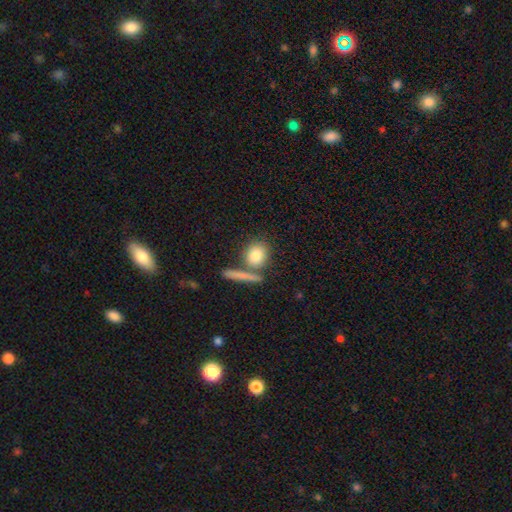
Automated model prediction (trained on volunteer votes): Smooth or featured? Predicted: smooth (p=0.81). How rounded? Predicted: round (p=0.66). Merging? Predicted: none (p=0.67).